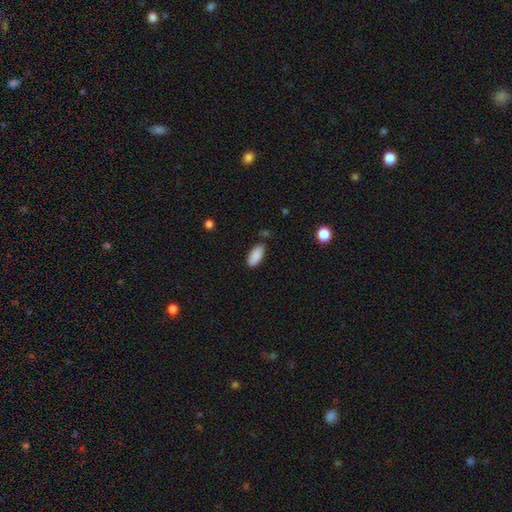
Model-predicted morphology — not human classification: smooth_or_featured: smooth (p=0.89) [alt: star or artifact p=0.07]
how_rounded: in between (p=0.90) [alt: cigar-shaped p=0.08]
merging: none (p=0.80) [alt: minor disturbance p=0.14]